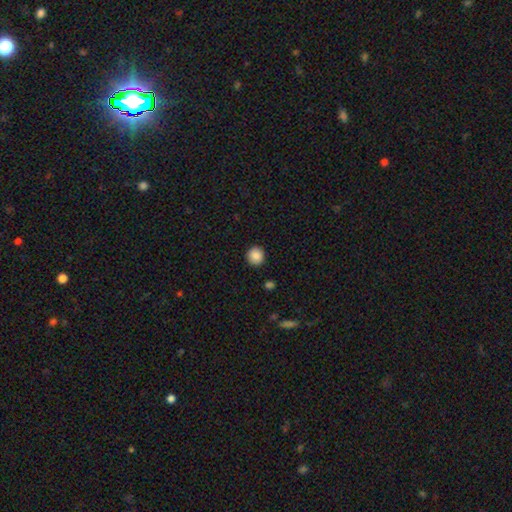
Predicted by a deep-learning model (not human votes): This is clearly a smooth galaxy (87%). How rounded: clearly round (92%). Merging: clearly none (92%).